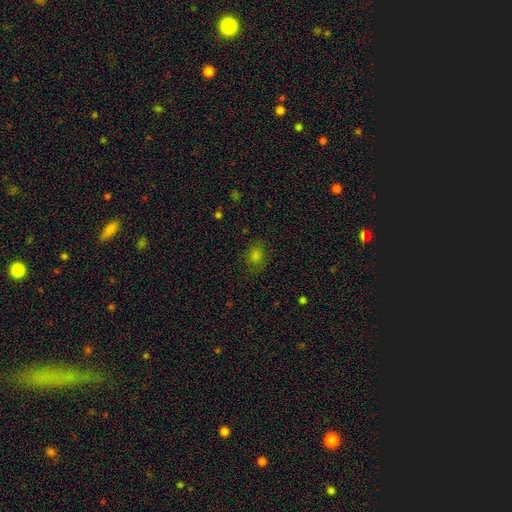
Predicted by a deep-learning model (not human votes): A smooth galaxy with no disk features (72%) that is round (56%).

Vote fractions:
- Smooth or featured? smooth: 72% / star or artifact: 21% / featured or disk: 7%
- How rounded? round: 56% / in between: 42% / cigar-shaped: 1%
- Merging? none: 80% / minor disturbance: 14% / major disturbance: 5% / merger: 1%